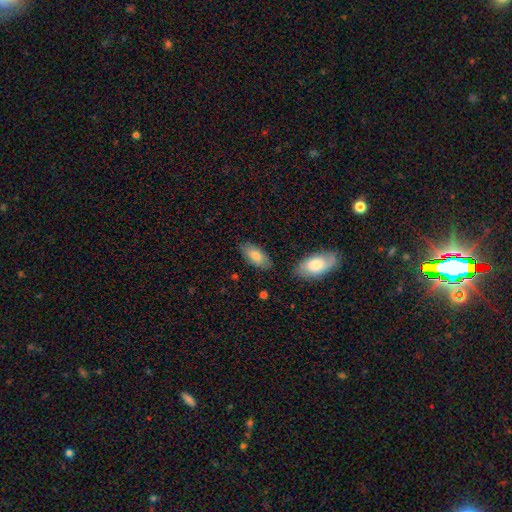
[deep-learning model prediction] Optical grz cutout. It shows a smooth galaxy with no disk features (83%) that is in between round and cigar-shaped (88%). Merging: none (80%).